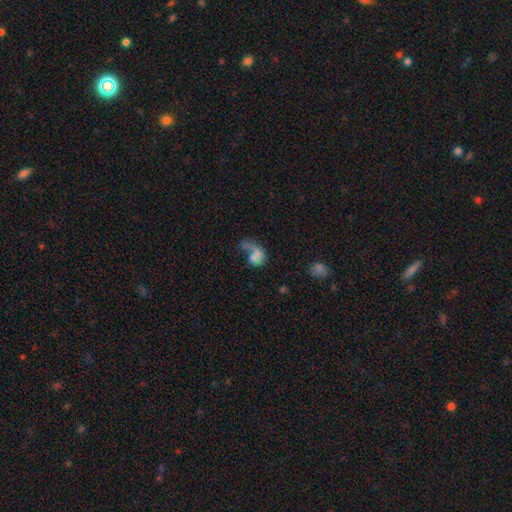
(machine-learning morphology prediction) A smooth galaxy with no disk features (53%) that is in between round and cigar-shaped (65%). Merging: major disturbance (42%).